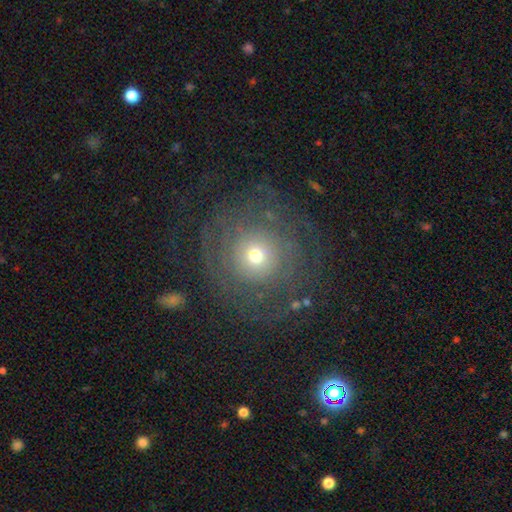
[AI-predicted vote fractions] Morphology: type=featured or disk (63%); edge-on=no (97%); bar=no (84%); spiral arms=yes (78%); bulge=small (52%); merging=none (74%).